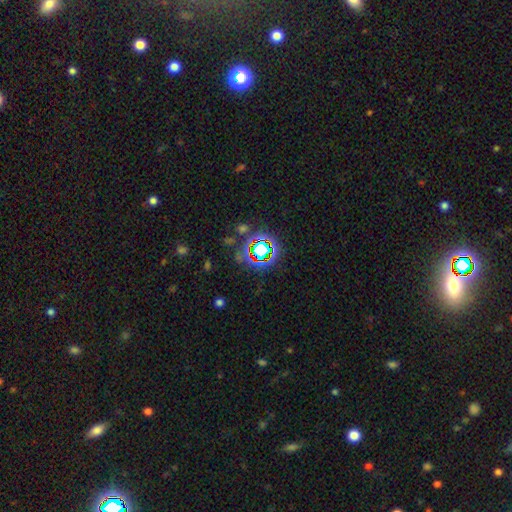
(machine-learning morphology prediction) Q: Smooth or featured?
A: star or artifact (73%); runner-up: smooth (16%)